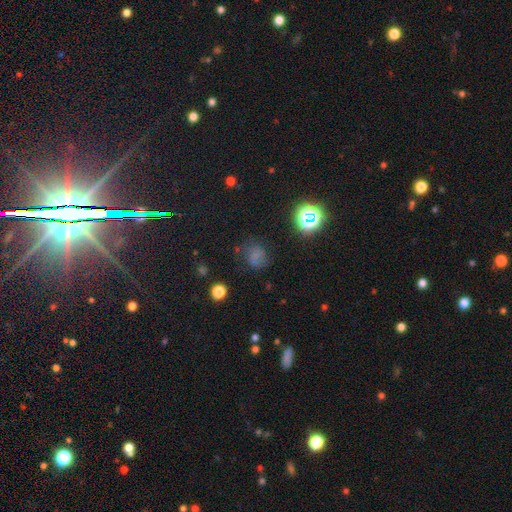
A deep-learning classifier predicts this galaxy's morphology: This appears to be a smooth galaxy with no disk features (60%) that is round (70%). Merging: none (64%).